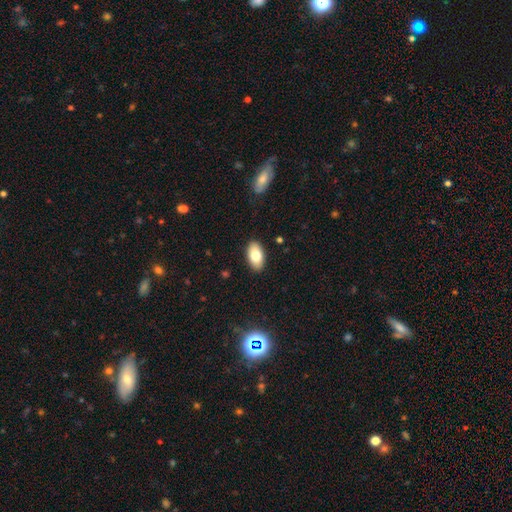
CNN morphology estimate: The model was most divided on "smooth or featured": smooth: 78%, featured or disk: 15%, star or artifact: 7%. More confident: how rounded — in between (94%); merging — none (89%).